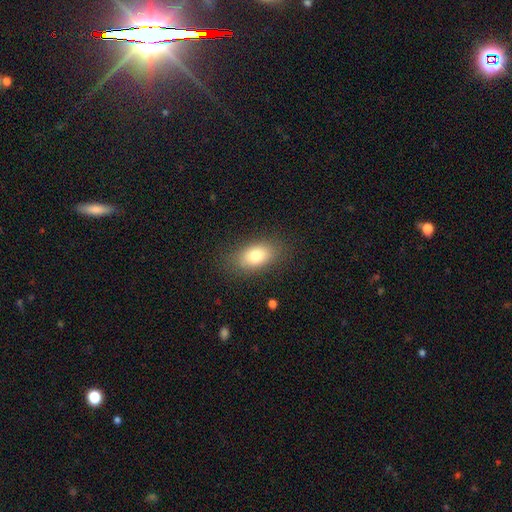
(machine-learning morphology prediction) Smooth or featured? Predicted: smooth (p=0.78). How rounded? Predicted: in between (p=0.88). Merging? Predicted: none (p=0.83).